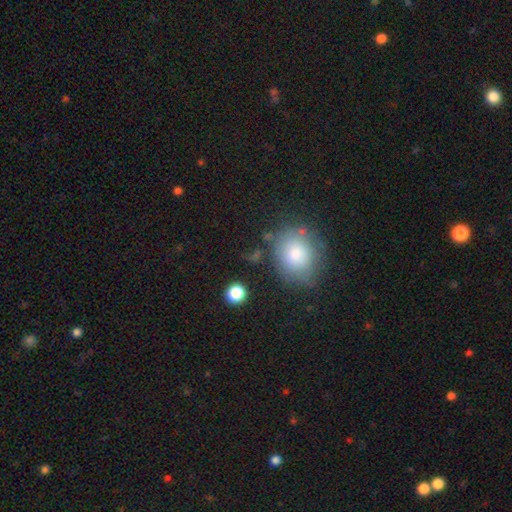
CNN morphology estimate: A smooth galaxy with no disk features (73%) that is round (60%).

Vote fractions:
- Smooth or featured? smooth: 73% / star or artifact: 14% / featured or disk: 13%
- How rounded? round: 60% / in between: 38% / cigar-shaped: 2%
- Merging? none: 70% / minor disturbance: 19% / major disturbance: 6% / merger: 5%